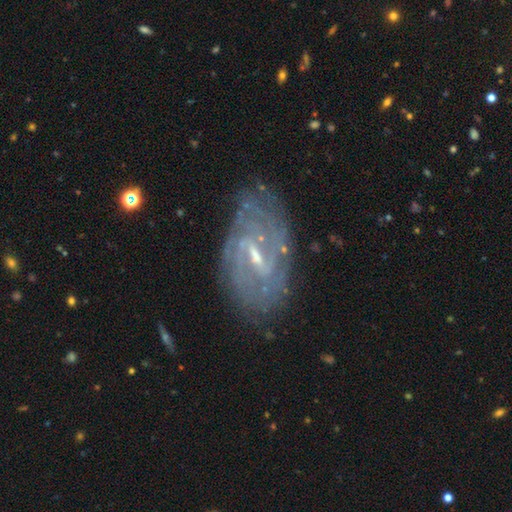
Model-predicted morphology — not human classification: This is clearly a featured or disk galaxy (80%). It is clearly not viewed edge-on (94%). Bar: possibly weak (52%). Spiral arm pattern: clearly yes (87%). Spiral arm count: possibly can't tell (47%). Spiral winding: possibly tight (59%). Central bulge: likely small (61%). Merging: likely none (74%).